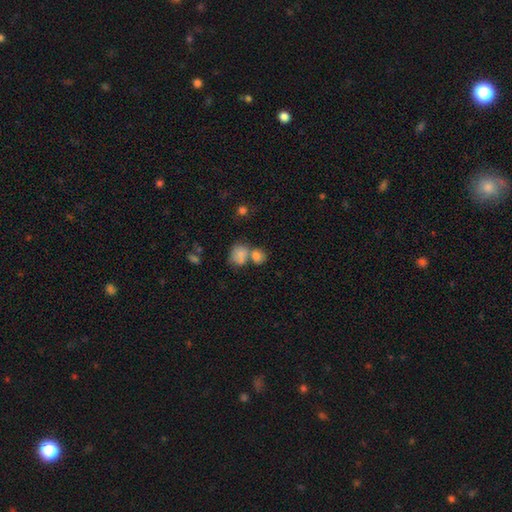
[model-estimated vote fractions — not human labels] Smooth or featured?
  - smooth: 76% *
  - star or artifact: 13%
  - featured or disk: 11%
How rounded?
  - round: 62% *
  - in between: 36%
  - cigar-shaped: 1%
Merging?
  - merger: 49% *
  - none: 38%
  - minor disturbance: 9%
  - major disturbance: 4%